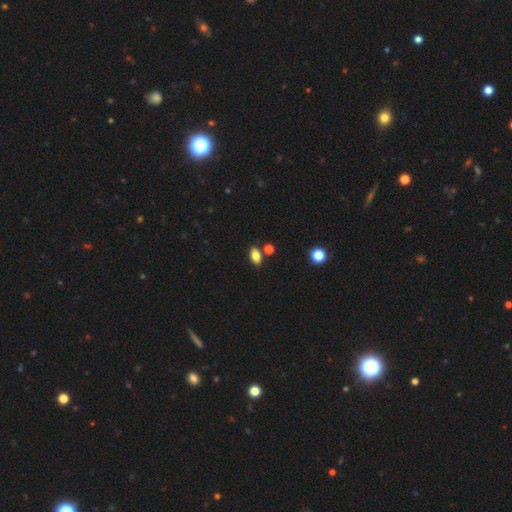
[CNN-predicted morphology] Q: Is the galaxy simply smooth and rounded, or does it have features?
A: smooth — 83%.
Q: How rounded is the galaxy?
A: in between — 87%.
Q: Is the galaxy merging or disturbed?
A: none — 78%.